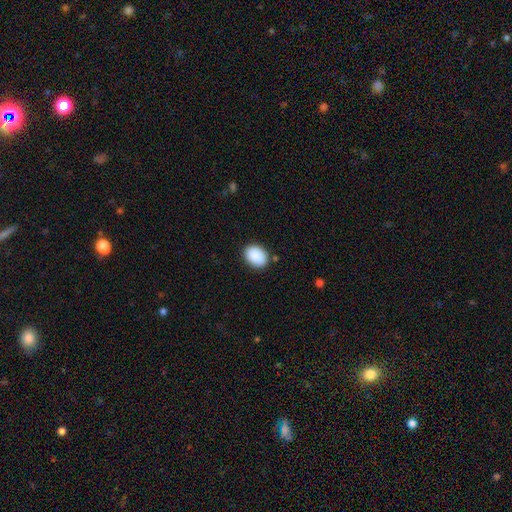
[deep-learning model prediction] smooth 90%, star or artifact 7%, featured or disk 3%. Down the decision tree: how rounded — in between (73%); merging — none (85%).